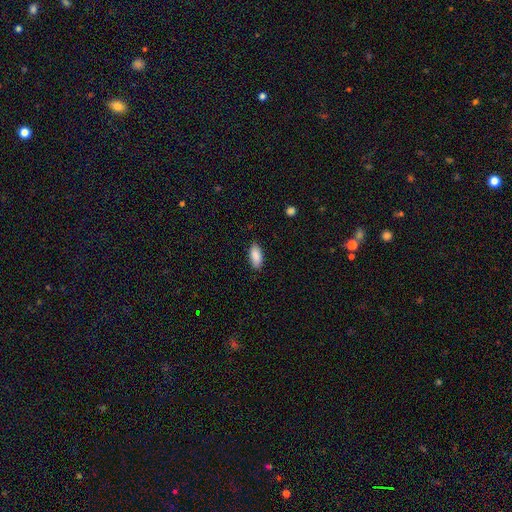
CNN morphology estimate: smooth_or_featured: smooth (p=0.90) [alt: star or artifact p=0.06]
how_rounded: in between (p=0.90) [alt: cigar-shaped p=0.08]
merging: none (p=0.86) [alt: minor disturbance p=0.11]